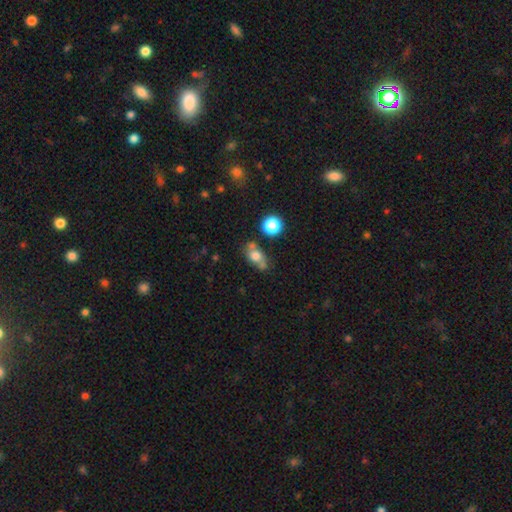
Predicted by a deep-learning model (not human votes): A smooth galaxy with no disk features (67%) that is in between round and cigar-shaped (64%). Merging: none (53%).